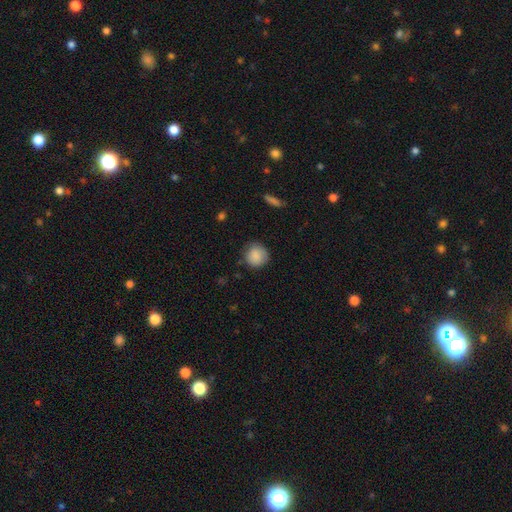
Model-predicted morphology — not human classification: smooth_or_featured: smooth (p=0.87) [alt: star or artifact p=0.08]
how_rounded: round (p=0.89) [alt: in between p=0.10]
merging: none (p=0.79) [alt: minor disturbance p=0.15]